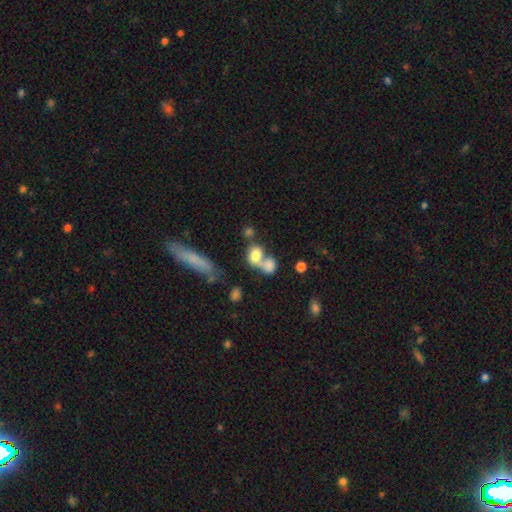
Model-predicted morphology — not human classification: smooth-or-featured: smooth: 76% | featured or disk: 14% | star or artifact: 10%
  how-rounded: in between: 56% | round: 40% | cigar-shaped: 4%
  merging: merger: 54% | none: 30% | minor disturbance: 9% | major disturbance: 7%